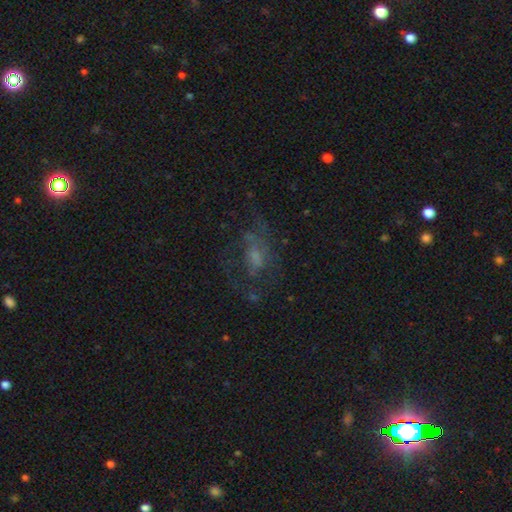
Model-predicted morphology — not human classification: This is possibly a featured or disk galaxy (57%). It is clearly not viewed edge-on (94%). Bar: possibly no (55%). Spiral arm pattern: likely yes (64%). Central bulge: marginally none (30%, tied with moderate and small). Merging: possibly none (50%).